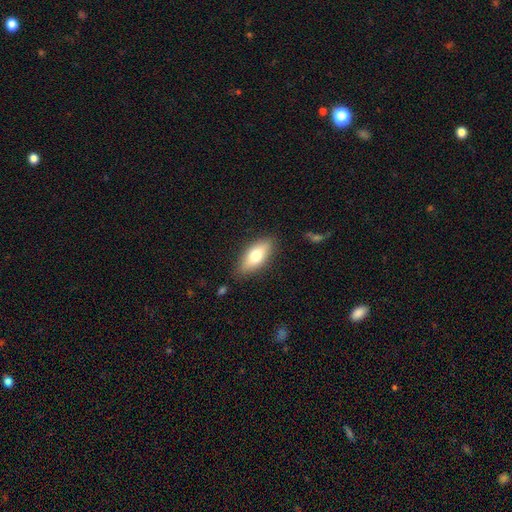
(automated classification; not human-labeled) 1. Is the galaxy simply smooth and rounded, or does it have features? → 70% smooth, 24% featured or disk, 7% star or artifact.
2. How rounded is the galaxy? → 77% in between, 20% cigar-shaped, 3% round.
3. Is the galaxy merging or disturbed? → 84% none, 12% minor disturbance, 3% major disturbance, 2% merger.